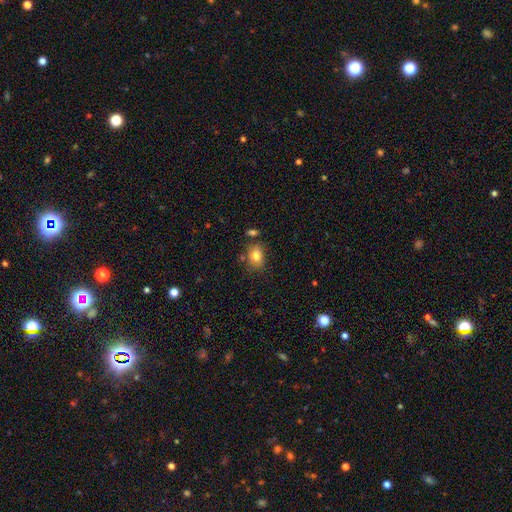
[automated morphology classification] This is clearly a smooth galaxy (80%). How rounded: likely in between (60%). Merging: likely none (71%).